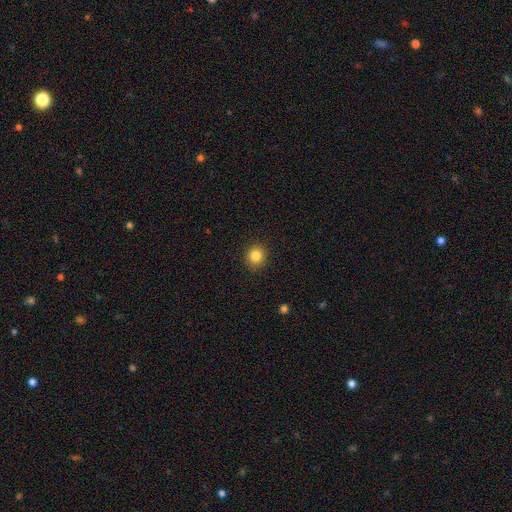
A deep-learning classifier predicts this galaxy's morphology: smooth 84%, star or artifact 11%, featured or disk 5%. Down the decision tree: how rounded — round (86%); merging — none (91%).